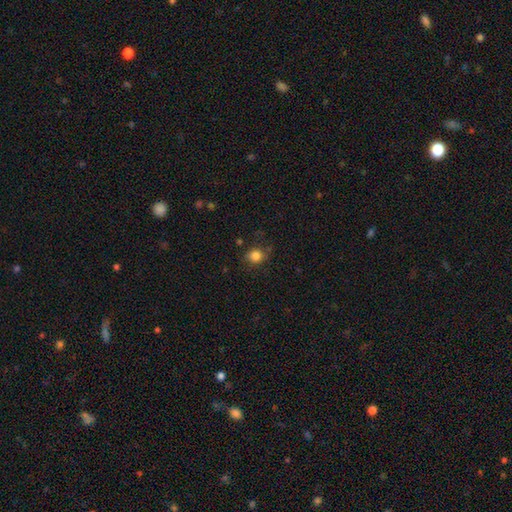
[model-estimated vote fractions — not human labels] Morphology: type=smooth (83%); roundness=round (76%); merging=none (75%).